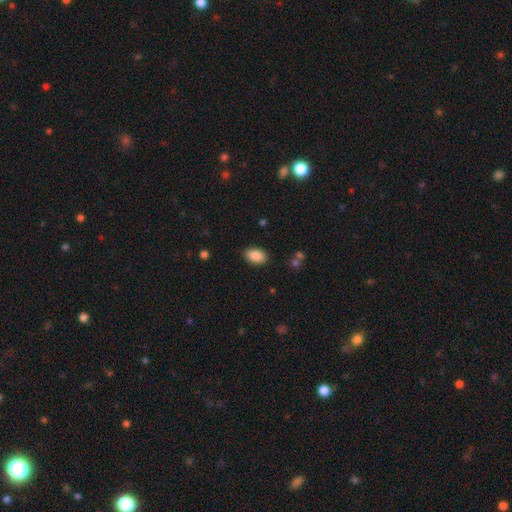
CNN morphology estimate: Smooth or featured? smooth (88%)
How rounded? in between (88%)
Merging? none (87%)